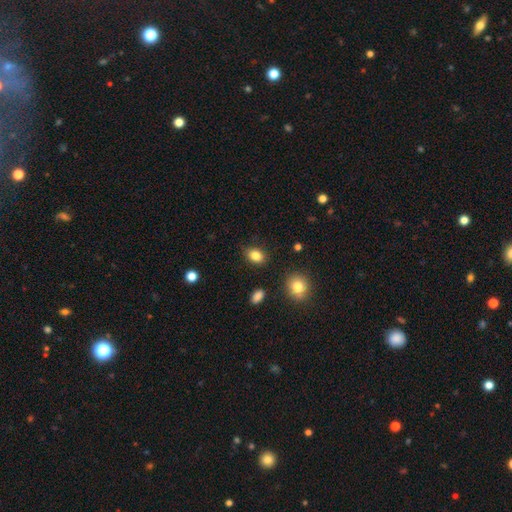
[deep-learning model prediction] Smooth or featured?
  - smooth: 85% *
  - star or artifact: 10%
  - featured or disk: 6%
How rounded?
  - in between: 68% *
  - round: 30%
  - cigar-shaped: 1%
Merging?
  - none: 83% *
  - minor disturbance: 12%
  - major disturbance: 3%
  - merger: 2%